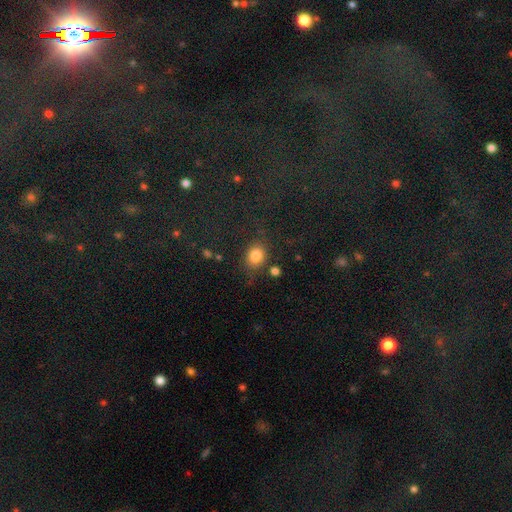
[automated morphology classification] Q: Smooth or featured?
A: smooth (82%); runner-up: star or artifact (11%)
Q: How rounded?
A: round (54%); runner-up: in between (45%)
Q: Merging?
A: none (74%); runner-up: minor disturbance (15%)